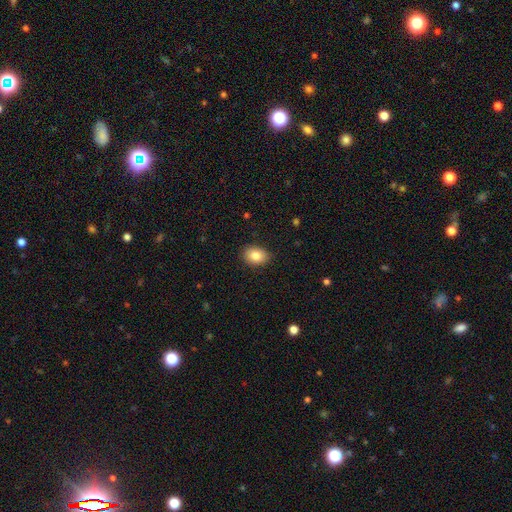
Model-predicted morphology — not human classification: A smooth galaxy with no disk features (83%) that is in between round and cigar-shaped (70%). Merging: none (88%).